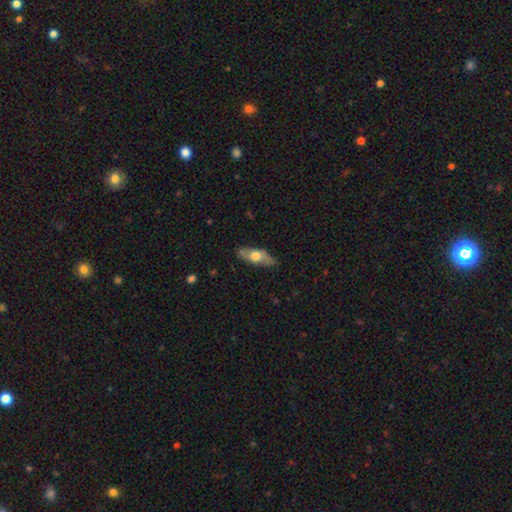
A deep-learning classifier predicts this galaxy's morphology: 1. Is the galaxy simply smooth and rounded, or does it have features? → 52% smooth, 43% featured or disk, 6% star or artifact.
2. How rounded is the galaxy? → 69% in between, 27% cigar-shaped, 4% round.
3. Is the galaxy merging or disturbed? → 79% none, 16% minor disturbance, 3% major disturbance, 1% merger.